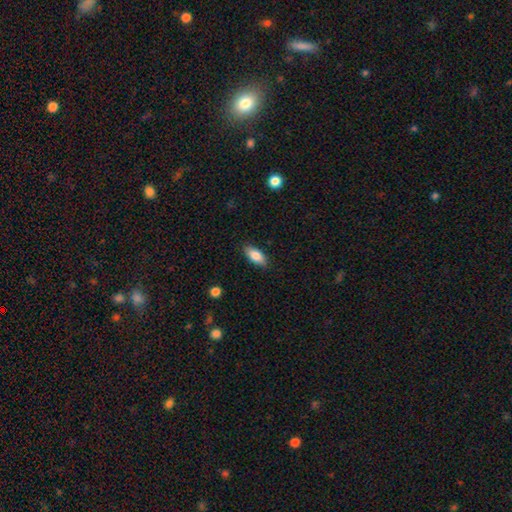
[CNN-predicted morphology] A smooth galaxy with no disk features (84%) that is in between round and cigar-shaped (88%).

Vote fractions:
- Smooth or featured? smooth: 84% / featured or disk: 9% / star or artifact: 7%
- How rounded? in between: 88% / cigar-shaped: 9% / round: 3%
- Merging? none: 87% / minor disturbance: 10% / major disturbance: 2% / merger: 1%